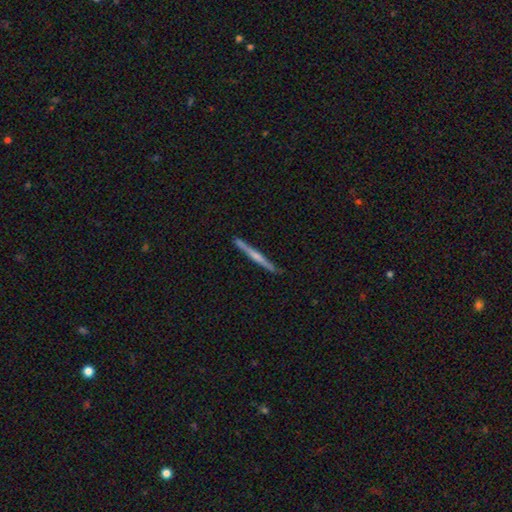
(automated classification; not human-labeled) This appears to be a featured or disk galaxy (64%) viewed edge-on (98%) with a rounded central bulge (59%). Merging: none (89%).